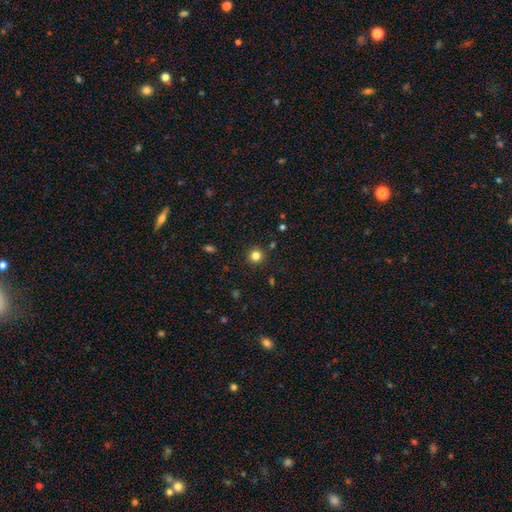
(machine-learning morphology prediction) Smooth or featured?
  - smooth: 81% *
  - star or artifact: 14%
  - featured or disk: 5%
How rounded?
  - round: 95% *
  - in between: 5%
  - cigar-shaped: 1%
Merging?
  - none: 91% *
  - minor disturbance: 5%
  - major disturbance: 2%
  - merger: 2%